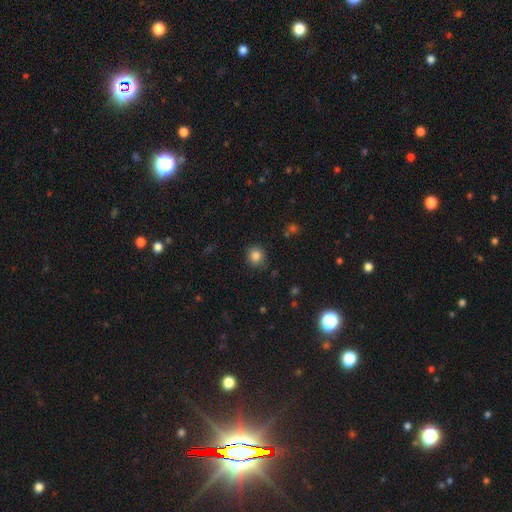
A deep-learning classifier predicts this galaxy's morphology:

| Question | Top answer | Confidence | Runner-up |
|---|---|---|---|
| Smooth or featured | smooth | 84% | star or artifact (11%) |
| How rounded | round | 83% | in between (16%) |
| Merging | none | 85% | minor disturbance (11%) |